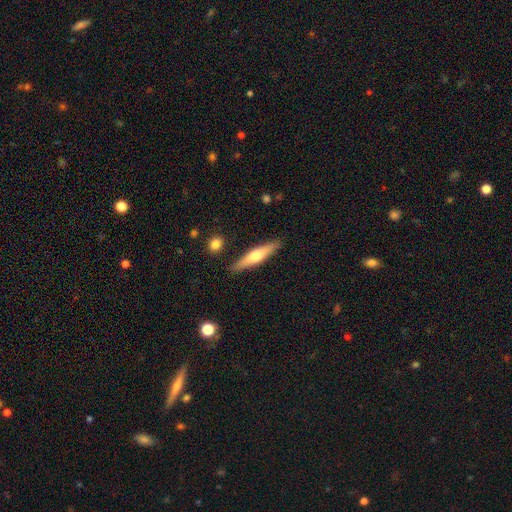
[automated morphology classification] featured or disk 50%, smooth 45%, star or artifact 5%. Down the decision tree: merging — none (88%).